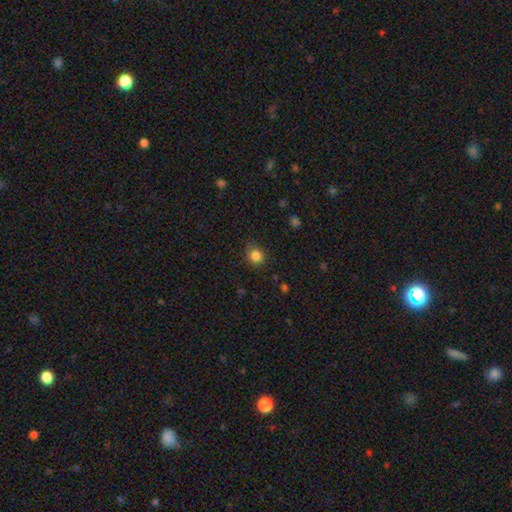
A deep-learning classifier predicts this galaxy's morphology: Q: Smooth or featured?
A: smooth (84%); runner-up: star or artifact (12%)
Q: How rounded?
A: round (80%); runner-up: in between (19%)
Q: Merging?
A: none (83%); runner-up: minor disturbance (12%)